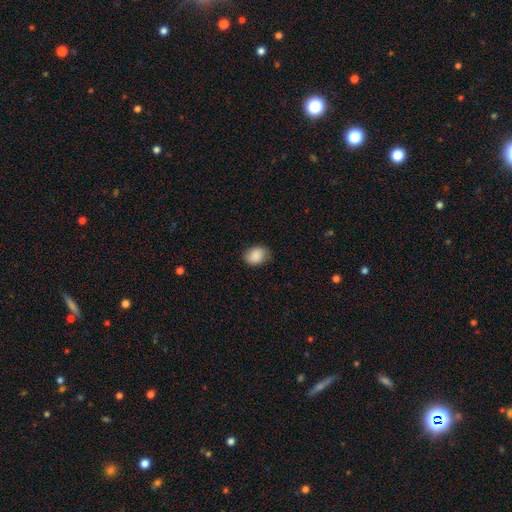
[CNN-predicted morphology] A smooth galaxy with no disk features (88%) that is in between round and cigar-shaped (60%). Merging: none (80%).